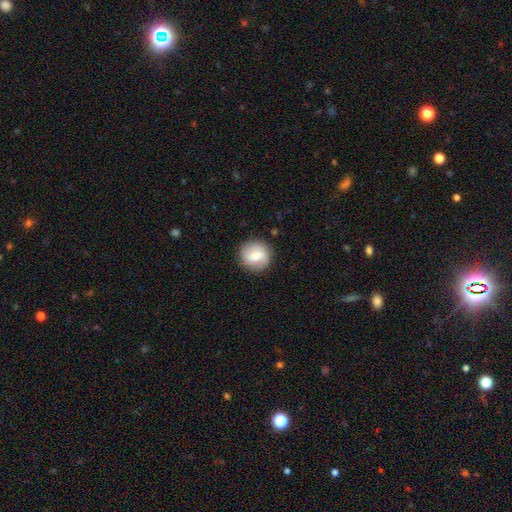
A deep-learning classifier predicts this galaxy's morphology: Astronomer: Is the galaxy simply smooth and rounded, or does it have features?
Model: smooth — 53% (runner-up: featured or disk, 39%).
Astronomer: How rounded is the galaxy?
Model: round — 93%.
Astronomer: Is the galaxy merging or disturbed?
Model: none — 88%.